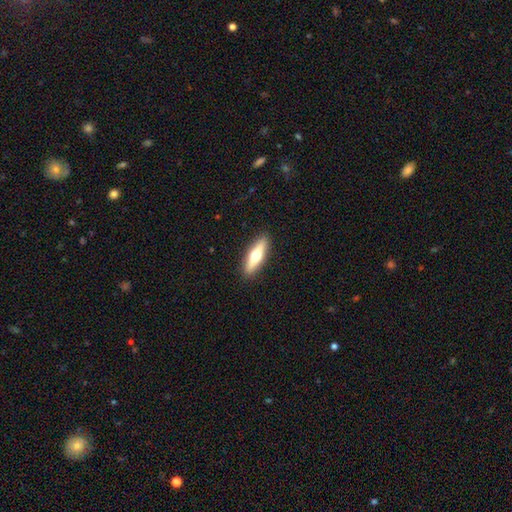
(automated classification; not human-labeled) smooth 47% (tied), featured or disk 47% (tied), star or artifact 6%. Down the decision tree: merging — none (91%).